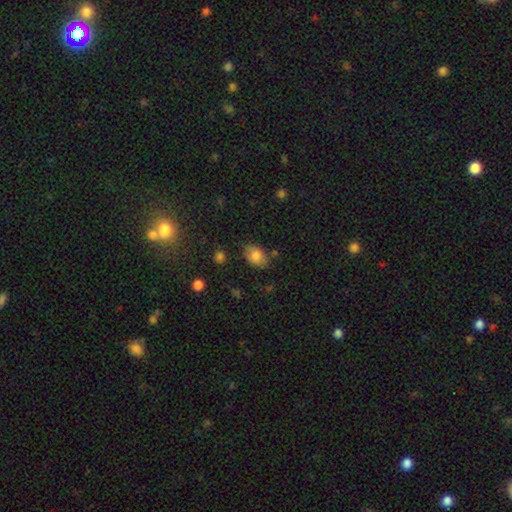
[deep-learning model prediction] Smooth or featured?
  - smooth: 82% *
  - featured or disk: 9%
  - star or artifact: 9%
How rounded?
  - in between: 79% *
  - round: 20%
  - cigar-shaped: 1%
Merging?
  - none: 76% *
  - minor disturbance: 17%
  - major disturbance: 4%
  - merger: 3%